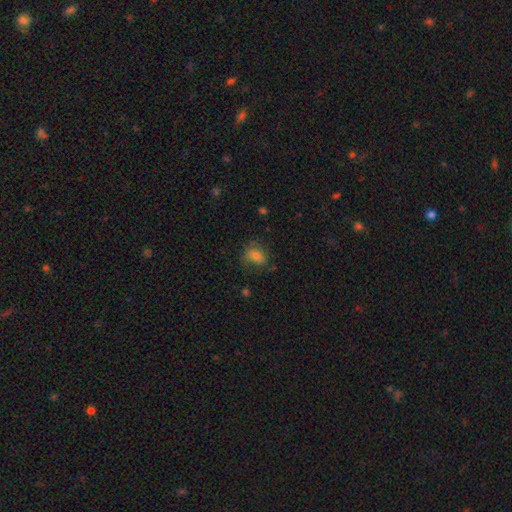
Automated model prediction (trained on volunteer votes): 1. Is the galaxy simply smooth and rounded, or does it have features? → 76% smooth, 13% featured or disk, 11% star or artifact.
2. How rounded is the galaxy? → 59% in between, 40% round, 1% cigar-shaped.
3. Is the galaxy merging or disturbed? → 63% none, 24% minor disturbance, 12% major disturbance, 2% merger.